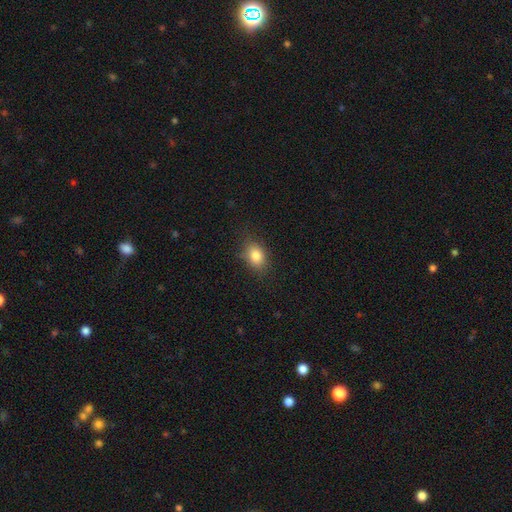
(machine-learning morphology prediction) This appears to be a smooth galaxy with no disk features (82%) that is in between round and cigar-shaped (69%). Merging: none (80%).